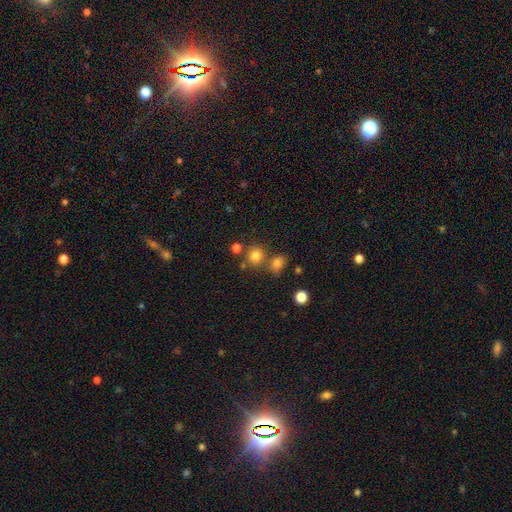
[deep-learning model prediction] A smooth galaxy with no disk features (78%) that is round (88%).

Vote fractions:
- Smooth or featured? smooth: 78% / star or artifact: 15% / featured or disk: 7%
- How rounded? round: 88% / in between: 11% / cigar-shaped: 1%
- Merging? none: 66% / merger: 21% / minor disturbance: 9% / major disturbance: 4%